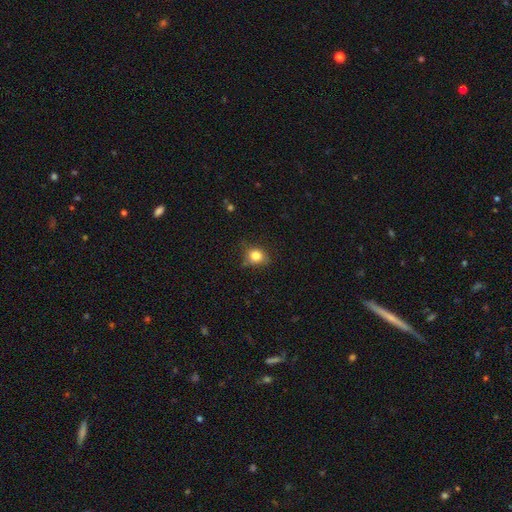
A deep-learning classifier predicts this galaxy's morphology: smooth 82%, star or artifact 10%, featured or disk 7%. Down the decision tree: how rounded — round (64%); merging — none (68%).